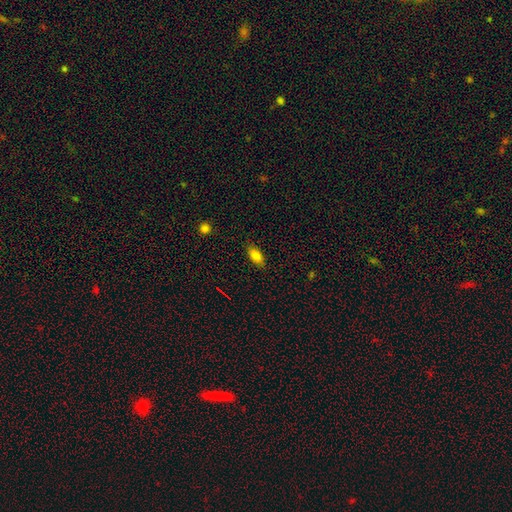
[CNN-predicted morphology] smooth-or-featured: smooth: 81% | star or artifact: 10% | featured or disk: 9%
  how-rounded: in between: 88% | cigar-shaped: 8% | round: 4%
  merging: none: 86% | minor disturbance: 11% | major disturbance: 2% | merger: 1%